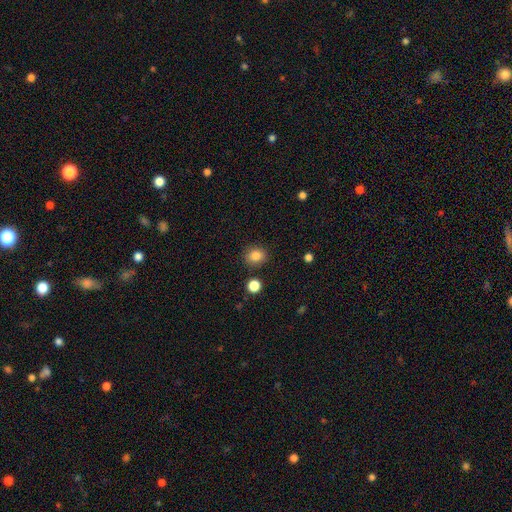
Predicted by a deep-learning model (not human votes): Q: Smooth or featured?
A: smooth (84%); runner-up: star or artifact (11%)
Q: How rounded?
A: round (77%); runner-up: in between (22%)
Q: Merging?
A: none (87%); runner-up: minor disturbance (8%)